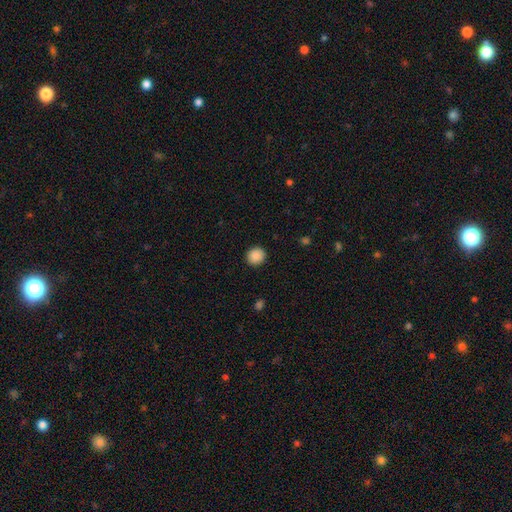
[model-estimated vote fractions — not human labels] smooth 88%, star or artifact 9%, featured or disk 4%. Down the decision tree: how rounded — round (90%); merging — none (91%).